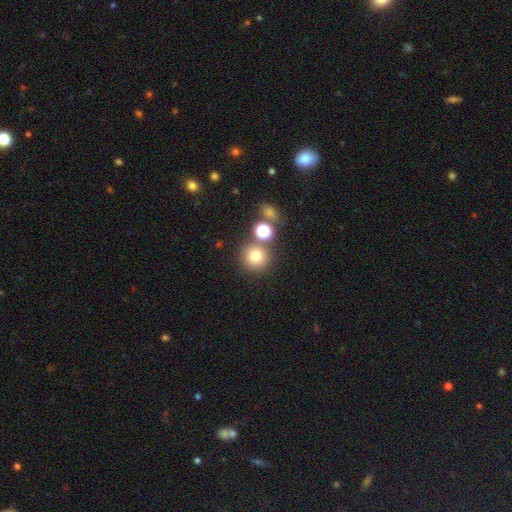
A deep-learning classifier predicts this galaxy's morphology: Smooth or featured?
  - smooth: 75% *
  - star or artifact: 16%
  - featured or disk: 9%
How rounded?
  - round: 93% *
  - in between: 6%
  - cigar-shaped: 1%
Merging?
  - none: 73% *
  - merger: 15%
  - minor disturbance: 8%
  - major disturbance: 3%